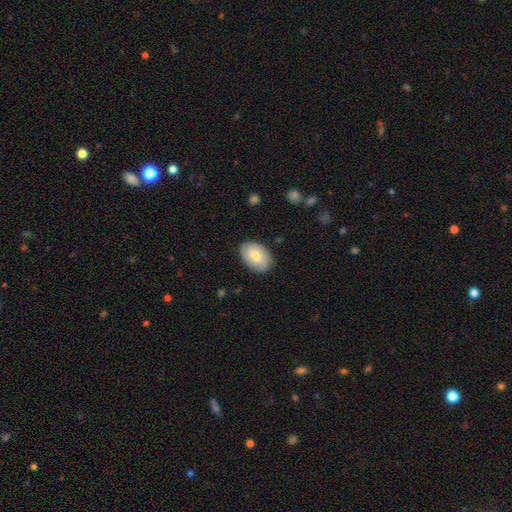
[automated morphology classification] Smooth or featured?
  - smooth: 66% *
  - featured or disk: 28%
  - star or artifact: 6%
How rounded?
  - in between: 86% *
  - round: 13%
  - cigar-shaped: 1%
Merging?
  - none: 82% *
  - minor disturbance: 14%
  - major disturbance: 3%
  - merger: 1%